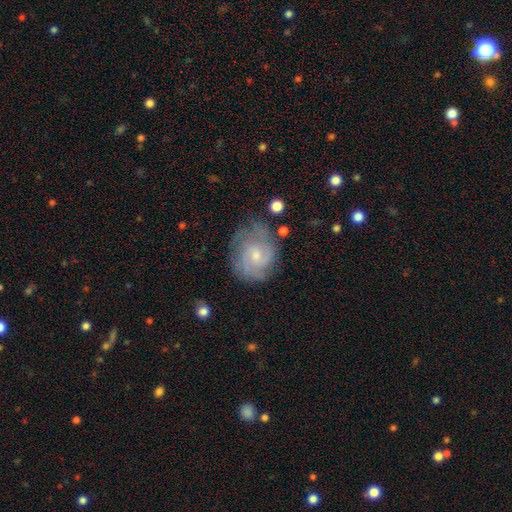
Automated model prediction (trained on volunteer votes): This appears to be a featured or disk galaxy (72%) with no bar (66%), tight (56%) spiral arms (91%) and a small central bulge (60%). Merging: none (67%).